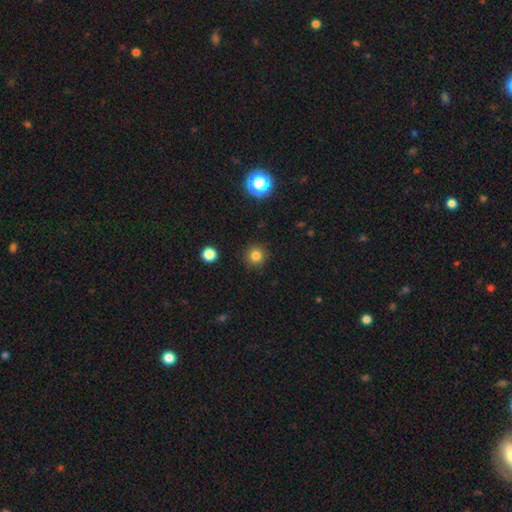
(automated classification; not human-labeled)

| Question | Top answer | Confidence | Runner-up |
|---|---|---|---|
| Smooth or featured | smooth | 81% | star or artifact (14%) |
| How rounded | round | 94% | in between (5%) |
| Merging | none | 91% | minor disturbance (6%) |